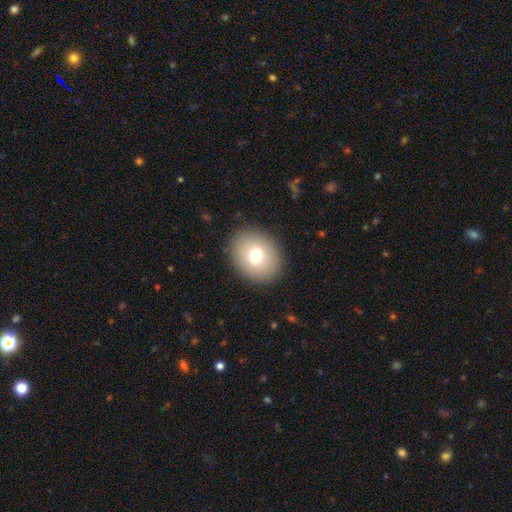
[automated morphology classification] This is likely a smooth galaxy (74%). How rounded: possibly round (54%). Merging: clearly none (89%).